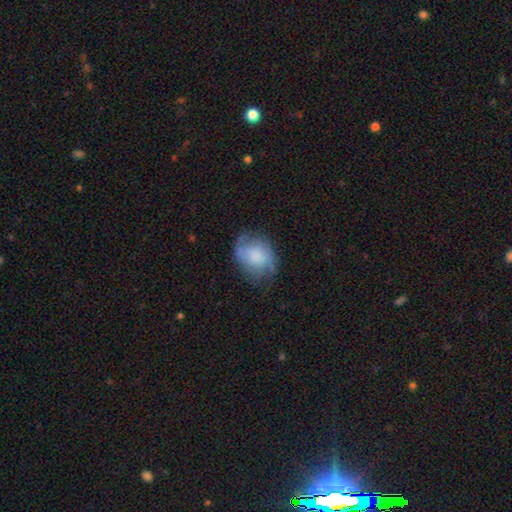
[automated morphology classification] Q: Smooth or featured?
A: smooth (60%); runner-up: featured or disk (31%)
Q: How rounded?
A: in between (62%); runner-up: round (36%)
Q: Merging?
A: none (52%); runner-up: minor disturbance (30%)